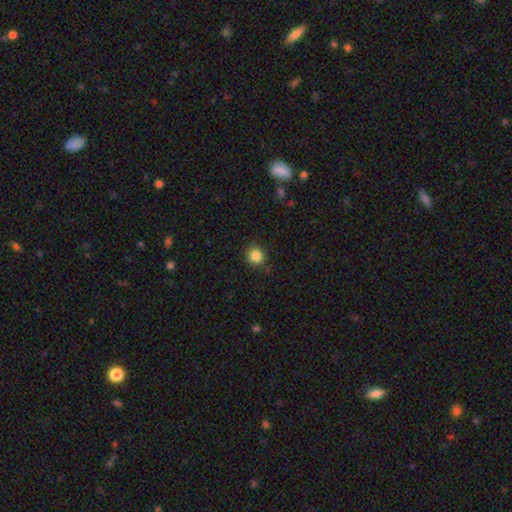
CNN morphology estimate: A smooth galaxy with no disk features (85%) that is round (88%). Merging: none (85%).